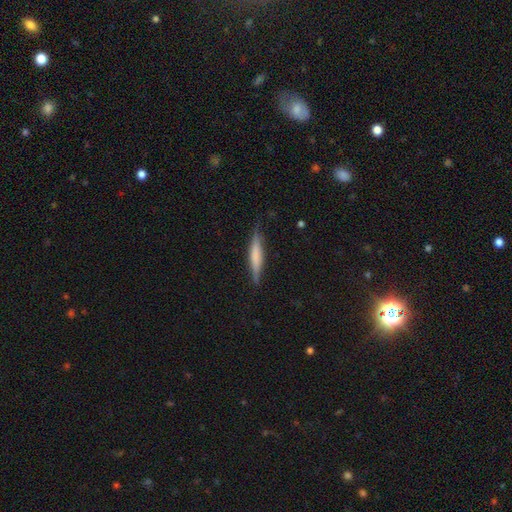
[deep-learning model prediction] smooth-or-featured: smooth: 51% | featured or disk: 42% | star or artifact: 6%
  how-rounded: cigar-shaped: 89% | in between: 10% | round: 2%
  merging: none: 81% | minor disturbance: 15% | major disturbance: 3% | merger: 1%